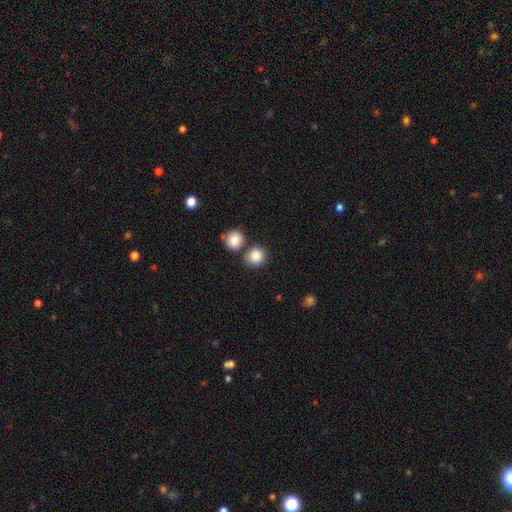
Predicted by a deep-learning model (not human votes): Morphology: type=smooth (87%); roundness=round (86%); merging=none (66%).